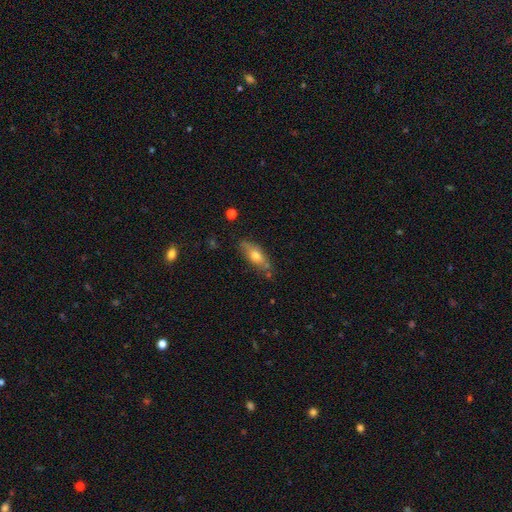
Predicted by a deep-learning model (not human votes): This appears to be a smooth galaxy with no disk features (58%) that is in between round and cigar-shaped (64%). Merging: none (71%).